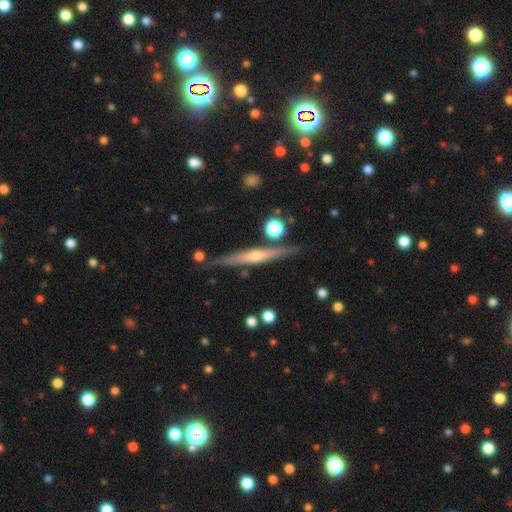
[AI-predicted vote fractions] smooth-or-featured: featured or disk: 68% | smooth: 25% | star or artifact: 7%
  disk-edge-on: yes: 97% | no: 3%
    edge-on-bulge: rounded: 72% | none: 22% | boxy: 6%
  merging: none: 83% | minor disturbance: 11% | merger: 4% | major disturbance: 2%